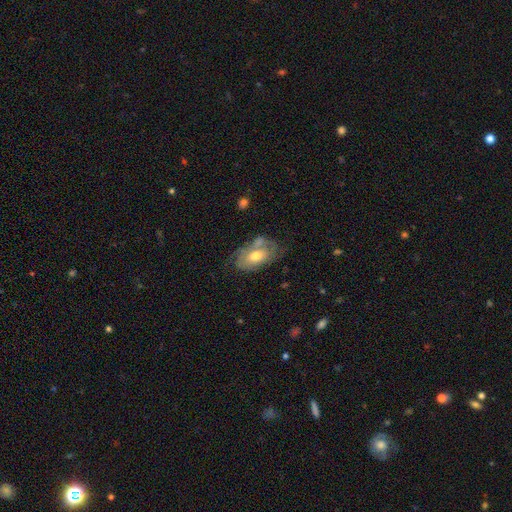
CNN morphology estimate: A smooth galaxy with no disk features (47%). Merging: none (48%).